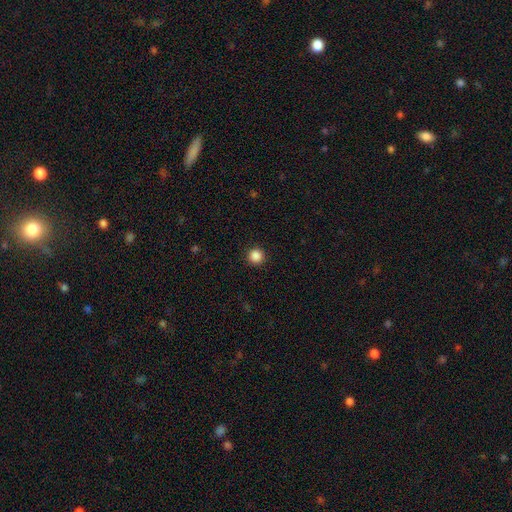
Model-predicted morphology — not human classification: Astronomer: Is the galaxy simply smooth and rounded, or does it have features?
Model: smooth — 87%.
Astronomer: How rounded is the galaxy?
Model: round — 96%.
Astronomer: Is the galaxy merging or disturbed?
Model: none — 92%.